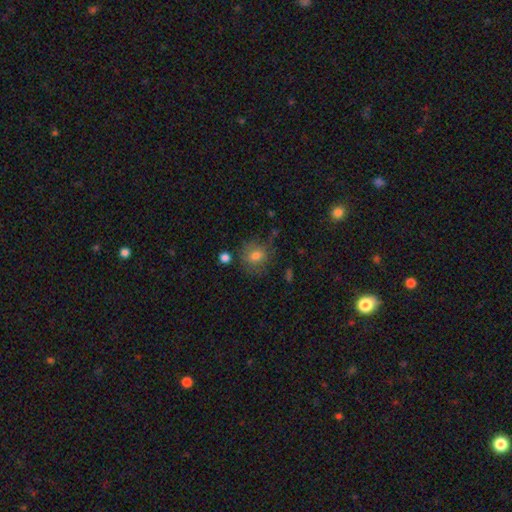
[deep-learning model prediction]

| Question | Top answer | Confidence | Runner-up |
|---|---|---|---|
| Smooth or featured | smooth | 76% | featured or disk (14%) |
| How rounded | round | 77% | in between (22%) |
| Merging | none | 69% | minor disturbance (19%) |